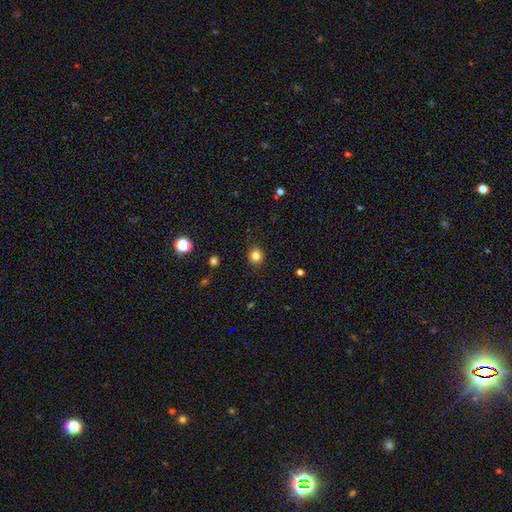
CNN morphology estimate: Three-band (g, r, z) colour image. It shows a smooth galaxy with no disk features (83%) that is round (85%). Merging: none (90%).